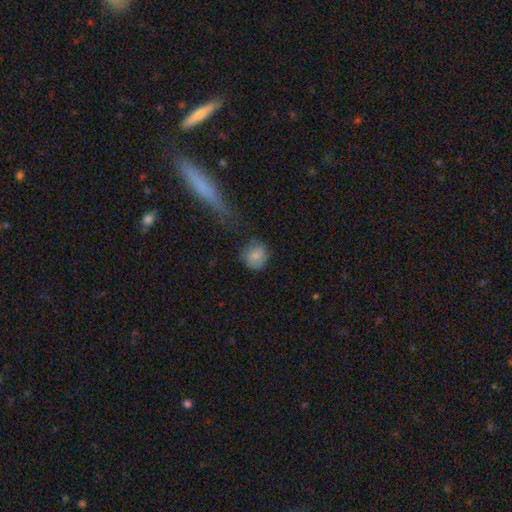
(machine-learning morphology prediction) A smooth galaxy with no disk features (76%) that is round (86%).

Vote fractions:
- Smooth or featured? smooth: 76% / featured or disk: 16% / star or artifact: 8%
- How rounded? round: 86% / in between: 13% / cigar-shaped: 1%
- Merging? none: 72% / minor disturbance: 19% / major disturbance: 6% / merger: 3%